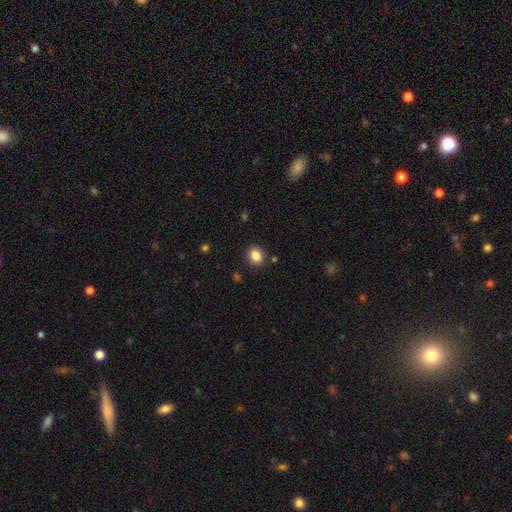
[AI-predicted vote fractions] This is clearly a smooth galaxy (86%). How rounded: likely round (62%). Merging: clearly none (88%).